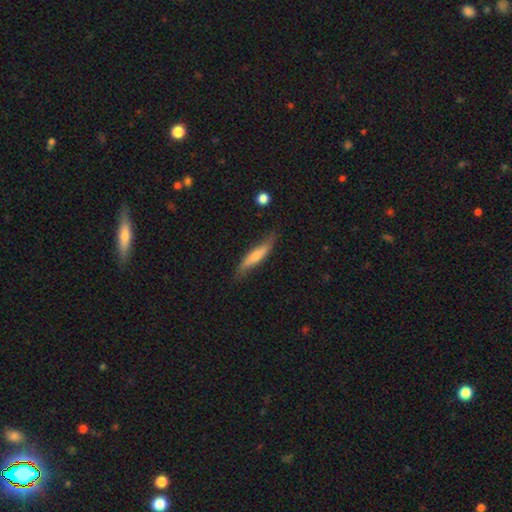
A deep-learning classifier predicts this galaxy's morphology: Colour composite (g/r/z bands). It shows a featured or disk galaxy (47%). Merging: none (76%).